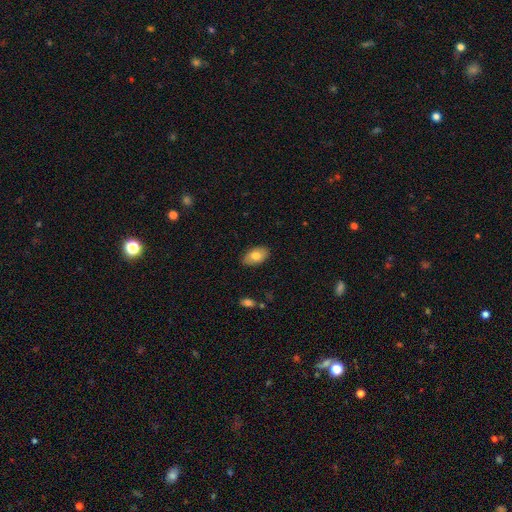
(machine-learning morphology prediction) A smooth galaxy with no disk features (78%) that is in between round and cigar-shaped (92%).

Vote fractions:
- Smooth or featured? smooth: 78% / featured or disk: 15% / star or artifact: 7%
- How rounded? in between: 92% / round: 6% / cigar-shaped: 2%
- Merging? none: 86% / minor disturbance: 11% / major disturbance: 2% / merger: 1%